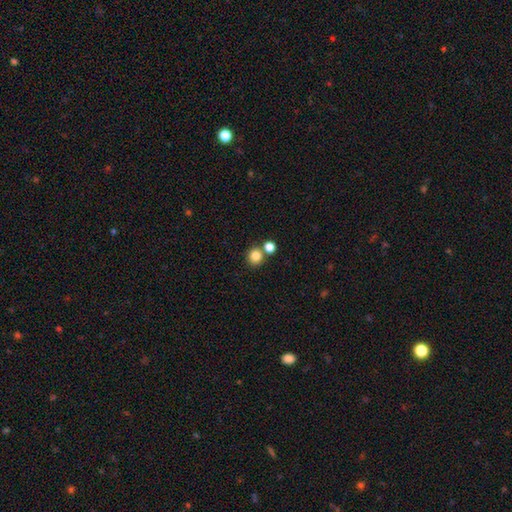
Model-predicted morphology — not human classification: smooth 83%, star or artifact 11%, featured or disk 5%. Down the decision tree: how rounded — round (90%); merging — none (68%).